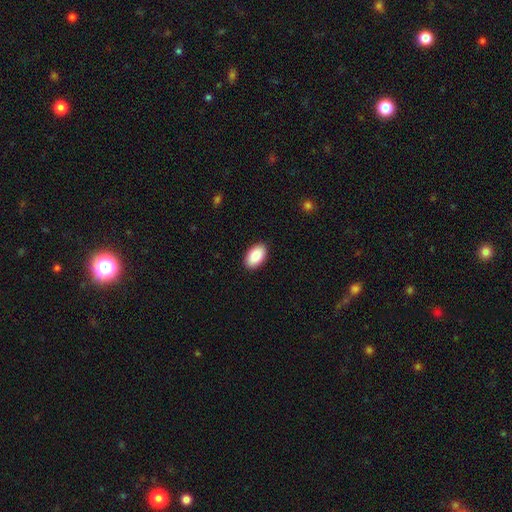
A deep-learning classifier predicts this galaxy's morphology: A smooth galaxy with no disk features (89%) that is in between round and cigar-shaped (94%).

Vote fractions:
- Smooth or featured? smooth: 89% / star or artifact: 6% / featured or disk: 5%
- How rounded? in between: 94% / round: 4% / cigar-shaped: 1%
- Merging? none: 90% / minor disturbance: 7% / major disturbance: 2% / merger: 1%